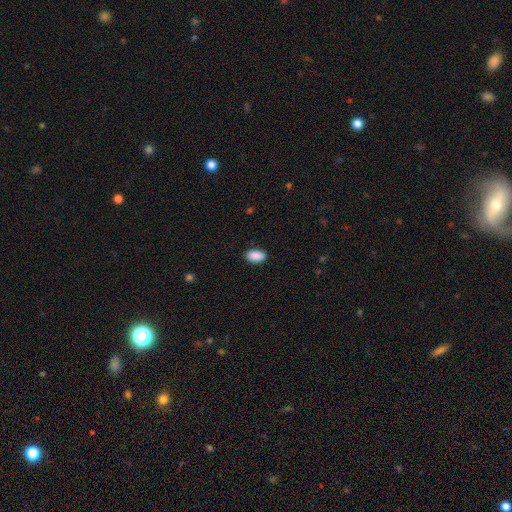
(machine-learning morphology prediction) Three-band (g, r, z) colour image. It shows a smooth galaxy with no disk features (90%) that is in between round and cigar-shaped (93%). Merging: none (88%).